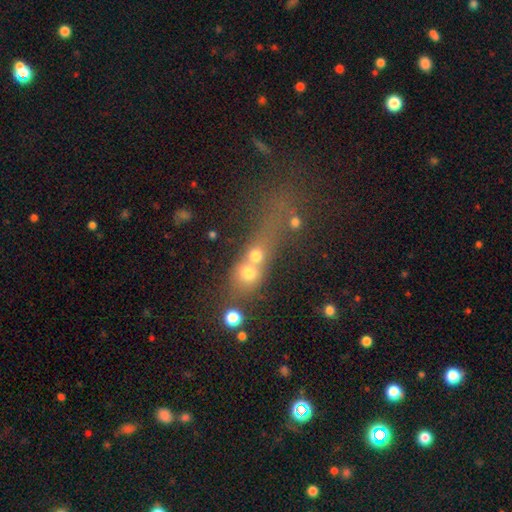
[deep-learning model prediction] Smooth or featured: smooth — 63% (featured or disk — 19%)
How rounded: round — 61% (in between — 27%)
Merging: merger — 62% (none — 25%)